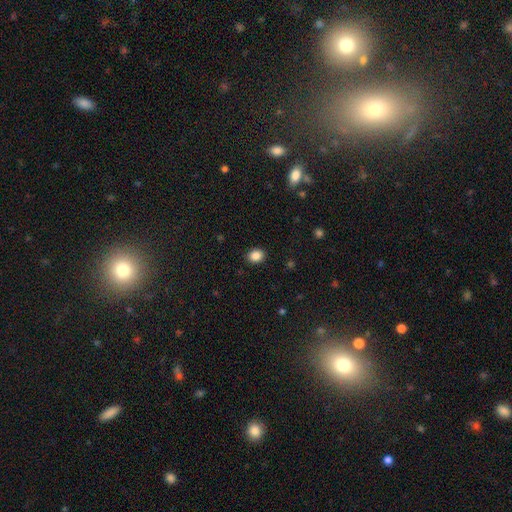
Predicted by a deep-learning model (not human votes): A smooth galaxy with no disk features (87%) that is round (56%). Merging: none (90%).